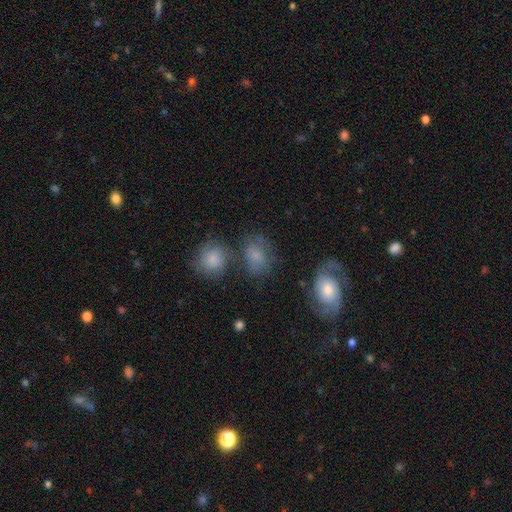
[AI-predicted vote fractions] This is likely a smooth galaxy (63%). How rounded: likely in between (63%). Merging: possibly none (48%).